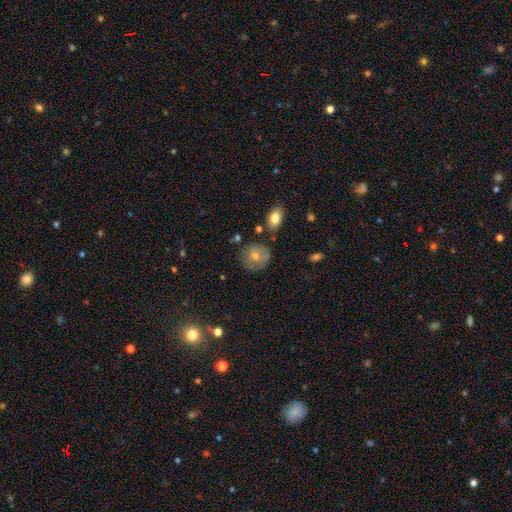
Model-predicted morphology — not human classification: smooth_or_featured: smooth (p=0.70) [alt: featured or disk p=0.21]
how_rounded: round (p=0.84) [alt: in between p=0.15]
merging: none (p=0.72) [alt: minor disturbance p=0.18]